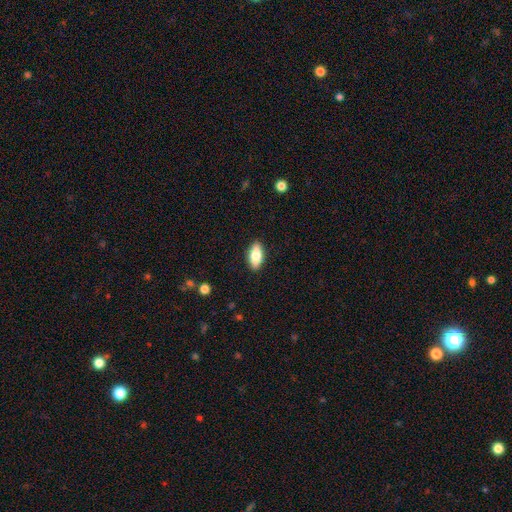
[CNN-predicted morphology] Smooth or featured: smooth — 76% (featured or disk — 18%)
How rounded: in between — 86% (cigar-shaped — 11%)
Merging: none — 89% (minor disturbance — 8%)